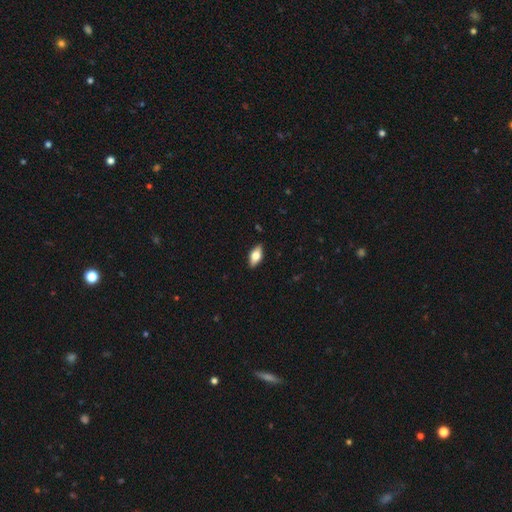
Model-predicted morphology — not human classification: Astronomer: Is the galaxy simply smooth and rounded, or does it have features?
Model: smooth — 63%.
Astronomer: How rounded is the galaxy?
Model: in between — 84%.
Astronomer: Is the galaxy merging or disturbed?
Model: none — 88%.